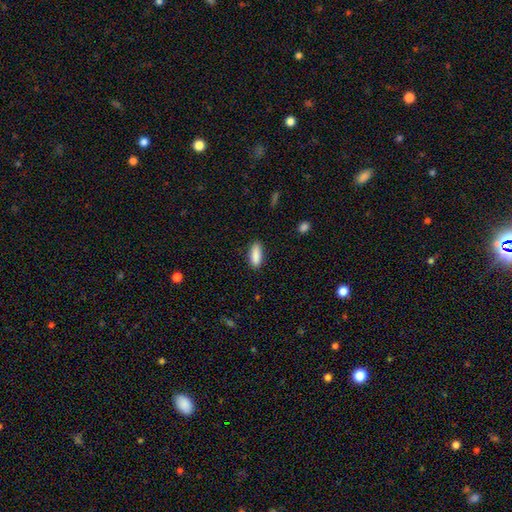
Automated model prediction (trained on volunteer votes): smooth 89%, star or artifact 7%, featured or disk 4%. Down the decision tree: how rounded — in between (72%); merging — none (87%).